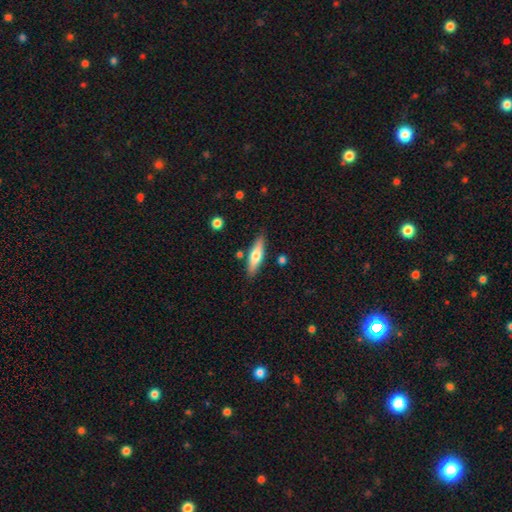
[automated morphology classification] smooth 56%, featured or disk 38%, star or artifact 6%. Down the decision tree: how rounded — cigar-shaped (67%); merging — none (84%).